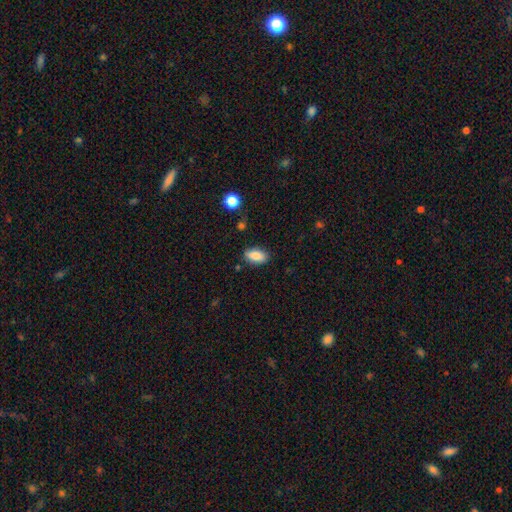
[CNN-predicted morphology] smooth 83%, featured or disk 9%, star or artifact 8%. Down the decision tree: how rounded — in between (90%); merging — none (83%).